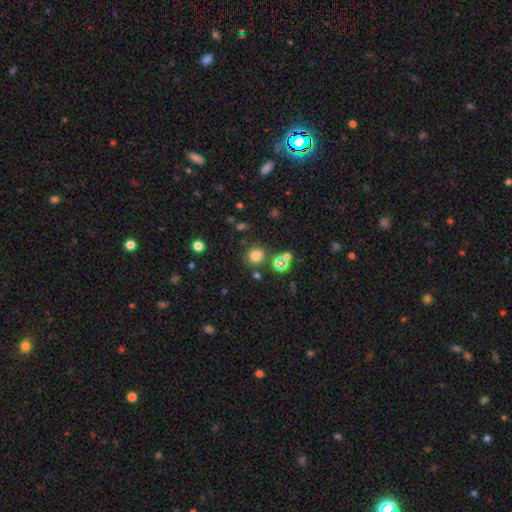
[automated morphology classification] Q: Smooth or featured?
A: smooth (73%); runner-up: star or artifact (20%)
Q: How rounded?
A: round (91%); runner-up: in between (8%)
Q: Merging?
A: none (81%); runner-up: minor disturbance (9%)